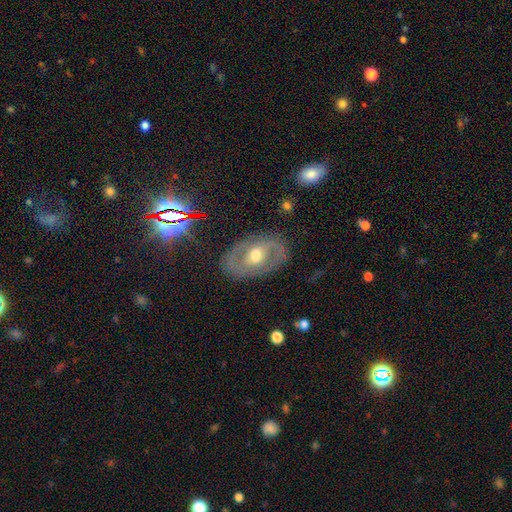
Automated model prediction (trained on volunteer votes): Smooth or featured? featured or disk (73%)
Edge-on disk? no (93%)
Bar? no (41%)
Spiral arms? yes (60%)
Bulge size? moderate (74%)
Merging? none (80%)